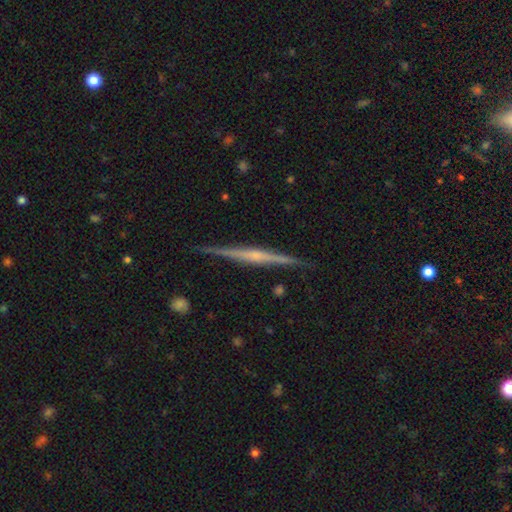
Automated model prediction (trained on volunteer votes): This is likely a featured or disk galaxy (78%). It is clearly viewed edge-on (98%). Edge-on bulge: possibly rounded (57%). Merging: clearly none (90%).